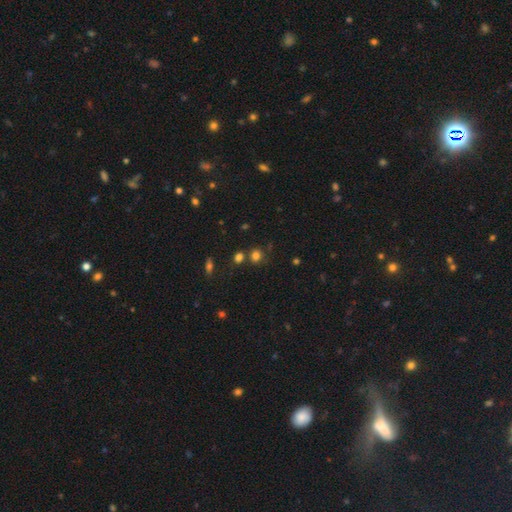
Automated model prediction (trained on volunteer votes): Morphology: type=smooth (77%); roundness=round (75%); merging=none (70%).